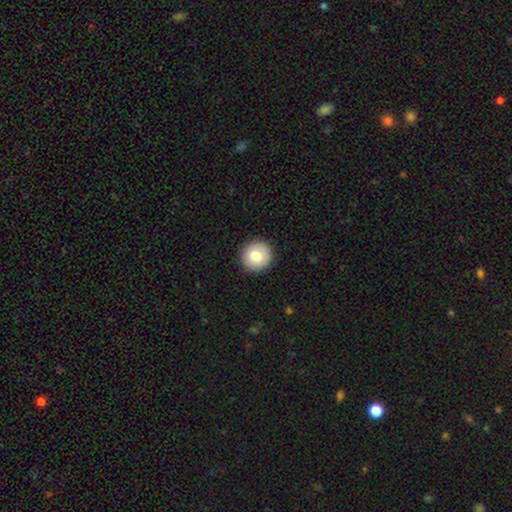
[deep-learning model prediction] Overall: smooth (82%). How rounded: round (95%). Merging: none (92%).